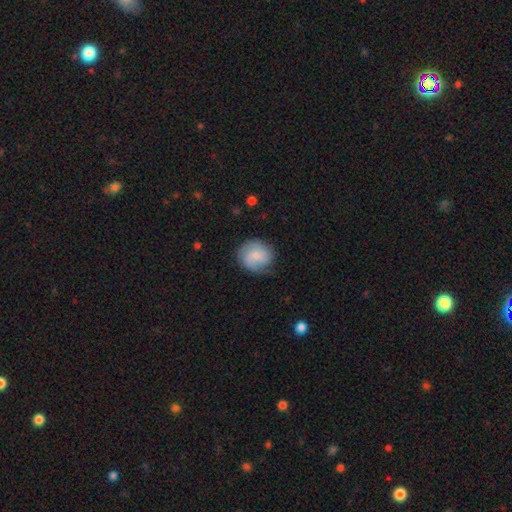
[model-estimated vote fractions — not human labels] A smooth galaxy with no disk features (56%) that is round (81%).

Vote fractions:
- Smooth or featured? smooth: 56% / featured or disk: 37% / star or artifact: 7%
- How rounded? round: 81% / in between: 18% / cigar-shaped: 1%
- Merging? none: 72% / minor disturbance: 20% / major disturbance: 6% / merger: 1%